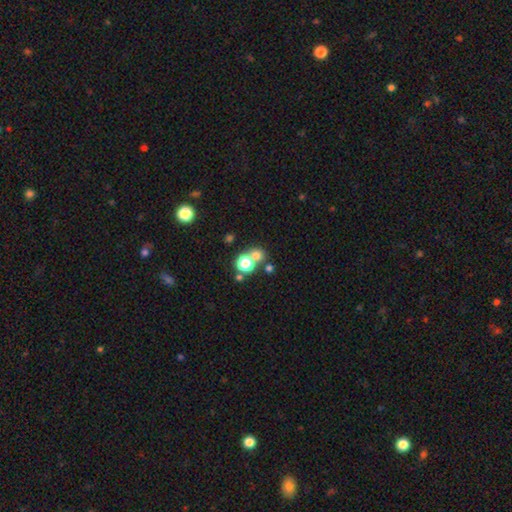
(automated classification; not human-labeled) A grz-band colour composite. It shows a smooth galaxy with no disk features (72%) that is round (84%). Merging: none (51%).